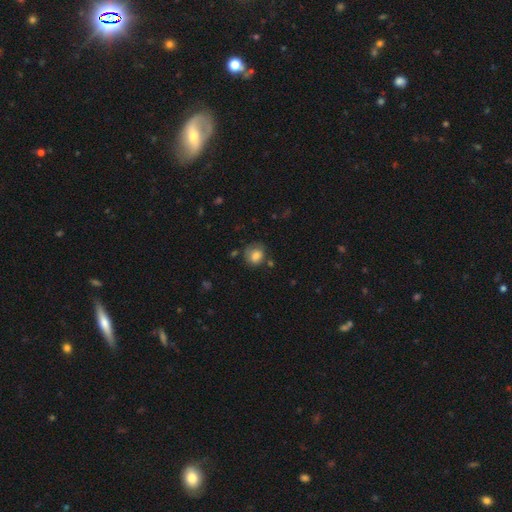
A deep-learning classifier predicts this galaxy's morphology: Smooth or featured? Predicted: smooth (p=0.77). How rounded? Predicted: round (p=0.71). Merging? Predicted: none (p=0.61).